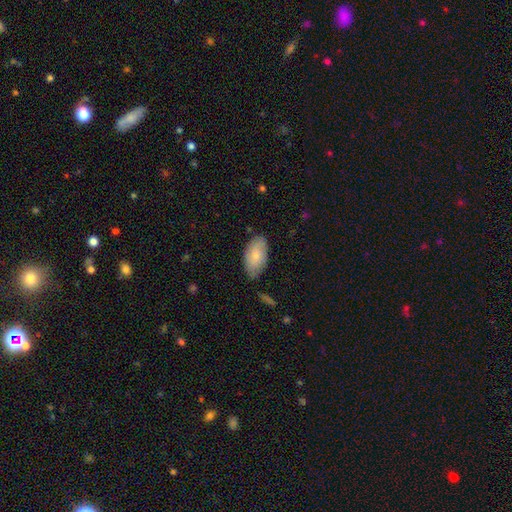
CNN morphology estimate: Overall: smooth (77%). How rounded: in between (95%). Merging: none (75%).